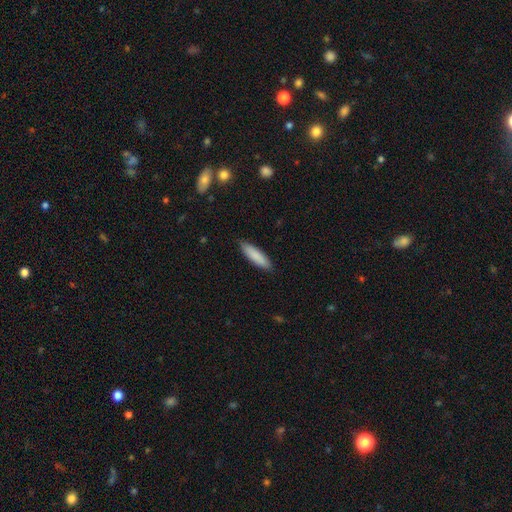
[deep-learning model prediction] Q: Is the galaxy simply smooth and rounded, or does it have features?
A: smooth — 87%.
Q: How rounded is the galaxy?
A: cigar-shaped — 64%.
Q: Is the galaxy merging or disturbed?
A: none — 87%.